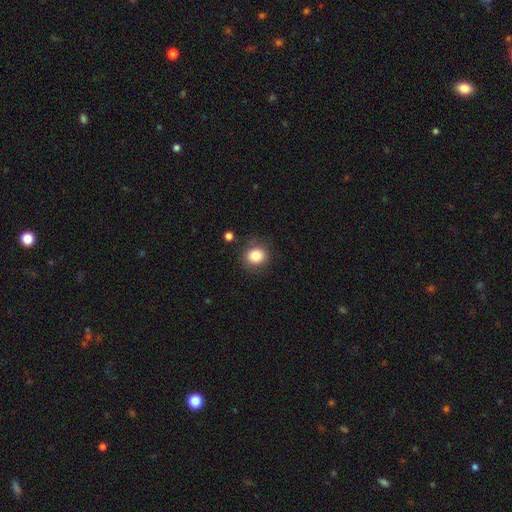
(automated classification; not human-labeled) Smooth or featured? Predicted: smooth (p=0.83). How rounded? Predicted: round (p=0.76). Merging? Predicted: none (p=0.83).